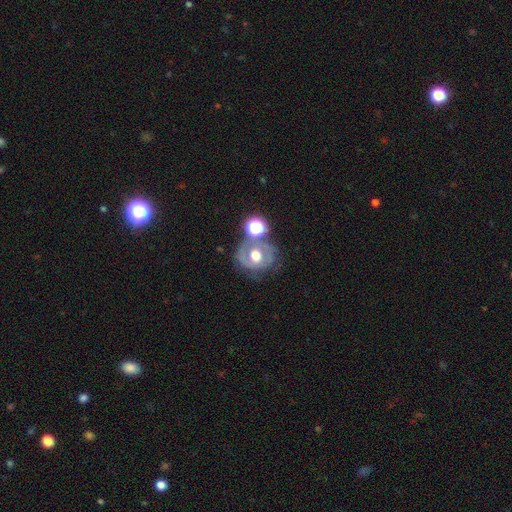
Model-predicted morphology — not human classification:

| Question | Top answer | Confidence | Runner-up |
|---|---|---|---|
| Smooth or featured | featured or disk | 59% | smooth (30%) |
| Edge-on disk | no | 96% | yes (4%) |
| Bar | no | 66% | weak (25%) |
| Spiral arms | yes | 58% | no (42%) |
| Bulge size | moderate | 63% | large (27%) |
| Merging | none | 58% | minor disturbance (17%) |